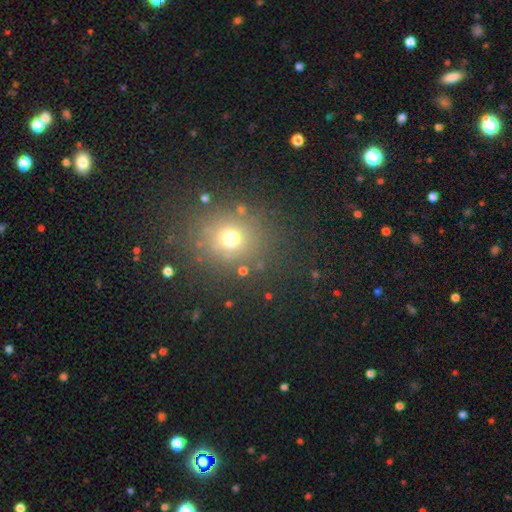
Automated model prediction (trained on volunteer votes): smooth 57%, star or artifact 36%, featured or disk 8%. Down the decision tree: how rounded — round (76%); merging — none (88%).